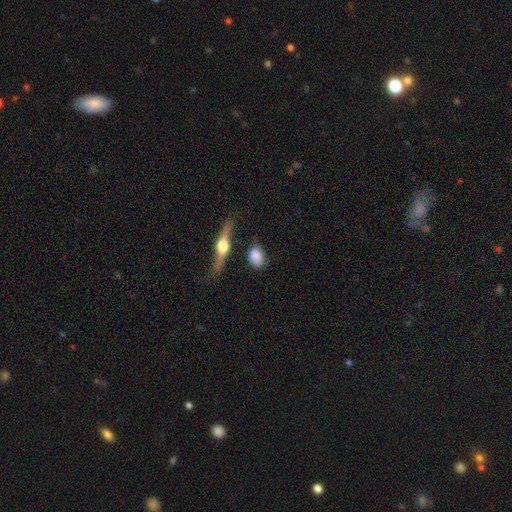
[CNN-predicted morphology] This is likely a smooth galaxy (69%). How rounded: likely in between (63%). Merging: likely none (65%).